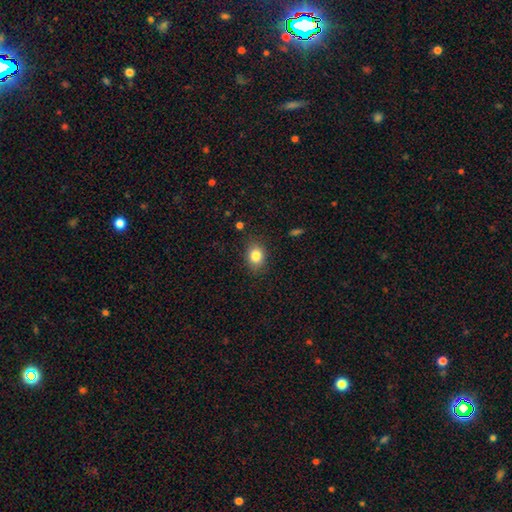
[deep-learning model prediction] smooth_or_featured: smooth (p=0.83) [alt: star or artifact p=0.10]
how_rounded: in between (p=0.60) [alt: round p=0.39]
merging: none (p=0.84) [alt: minor disturbance p=0.12]